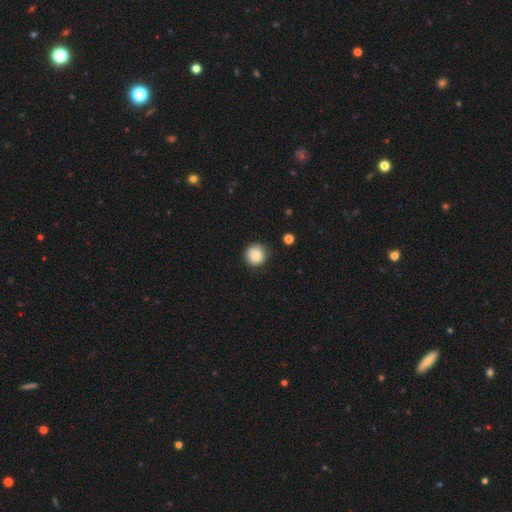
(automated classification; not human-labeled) Smooth or featured? Predicted: smooth (p=0.84). How rounded? Predicted: round (p=0.95). Merging? Predicted: none (p=0.88).